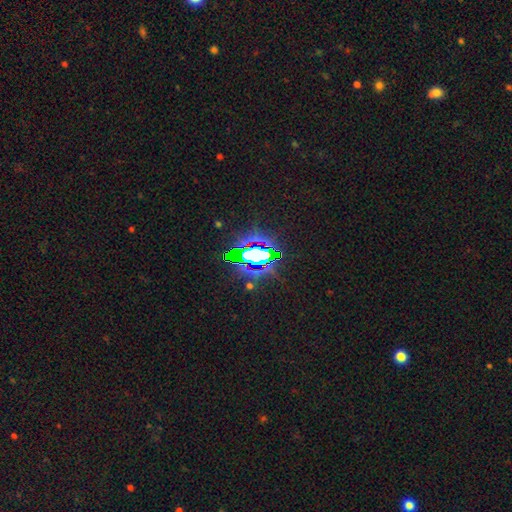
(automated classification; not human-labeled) Smooth or featured? star or artifact (74%)